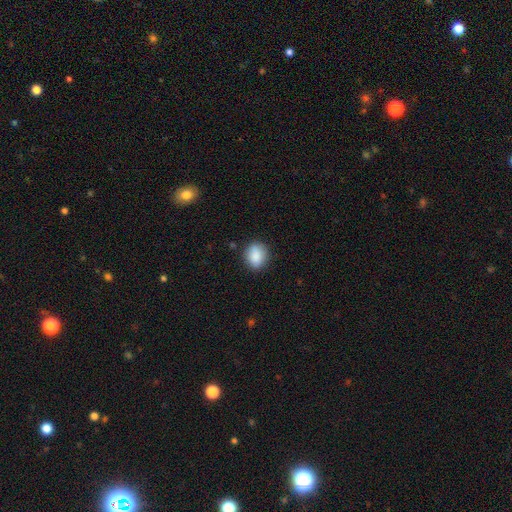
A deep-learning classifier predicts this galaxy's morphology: Smooth or featured? Predicted: smooth (p=0.88). How rounded? Predicted: round (p=0.53). Merging? Predicted: none (p=0.84).